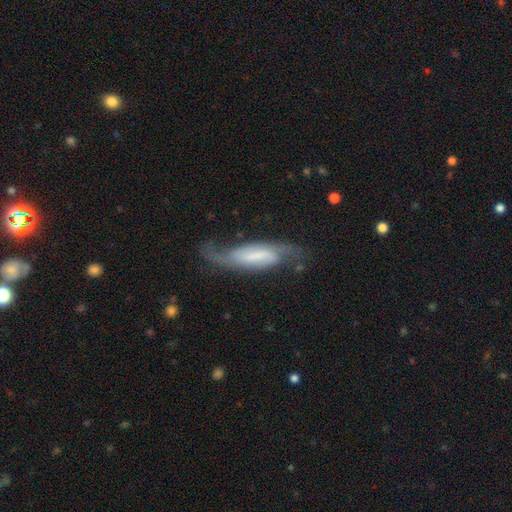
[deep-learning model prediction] Smooth or featured: featured or disk — 74% (smooth — 19%)
Edge-on disk: no — 83% (yes — 17%)
Bar: weak — 39% (strong — 37%)
Spiral arms: yes — 93% (no — 7%)
Spiral winding: loose — 60% (medium — 29%)
Spiral arm count: 2 — 88% (can't tell — 5%)
Bulge size: none — 42% (small — 29%)
Merging: none — 58% (minor disturbance — 23%)